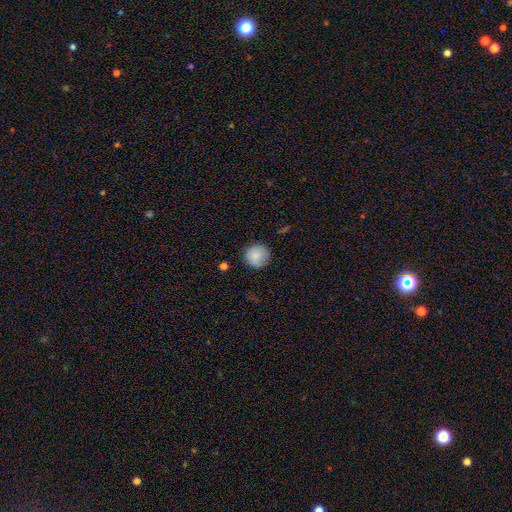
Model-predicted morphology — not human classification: Smooth or featured? Predicted: smooth (p=0.85). How rounded? Predicted: round (p=0.94). Merging? Predicted: none (p=0.85).